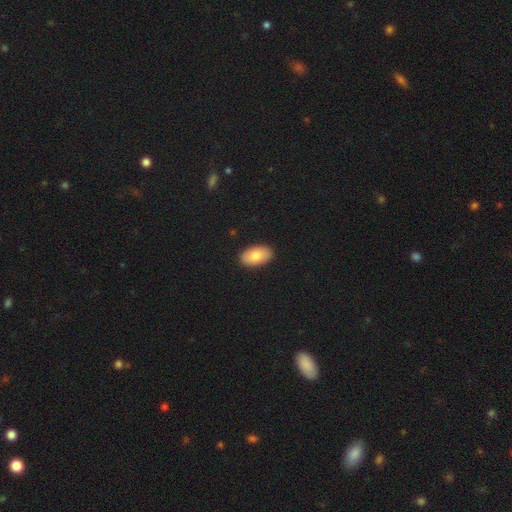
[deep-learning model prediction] A smooth galaxy with no disk features (82%) that is in between round and cigar-shaped (94%). Merging: none (90%).